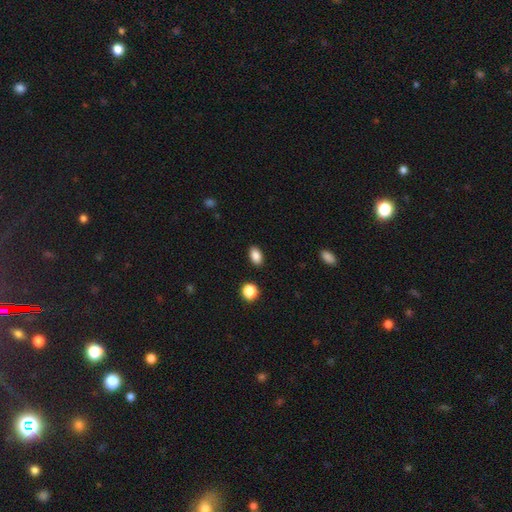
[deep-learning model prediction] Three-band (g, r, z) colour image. It shows a smooth galaxy with no disk features (87%) that is in between round and cigar-shaped (86%). Merging: none (88%).